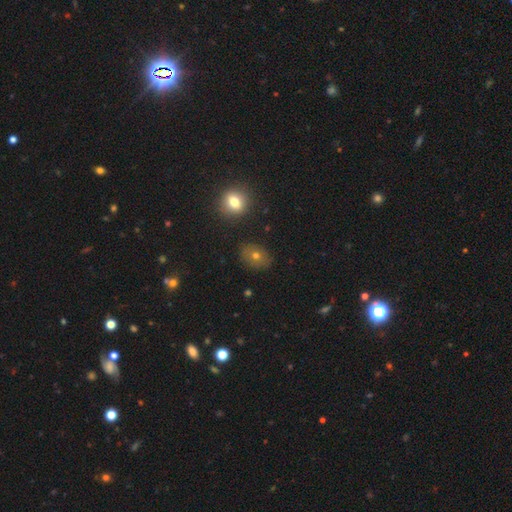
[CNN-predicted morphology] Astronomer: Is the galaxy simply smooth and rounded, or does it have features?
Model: smooth — 63%.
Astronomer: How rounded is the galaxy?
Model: in between — 56% (runner-up: round, 42%).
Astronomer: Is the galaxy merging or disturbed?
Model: none — 83%.